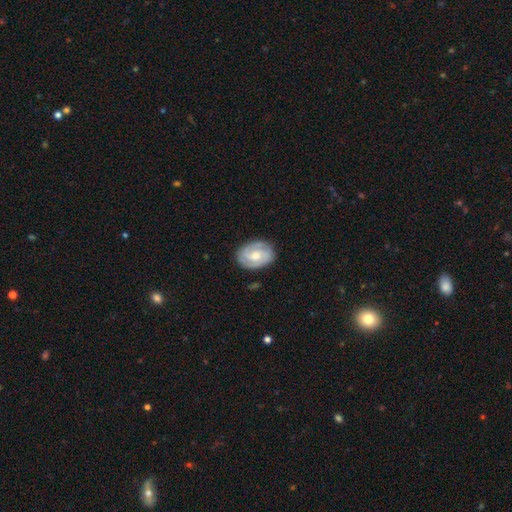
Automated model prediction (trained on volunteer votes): Smooth or featured? featured or disk (74%)
Edge-on disk? no (97%)
Bar? no (56%)
Spiral arms? yes (93%)
Spiral winding? tight (54%)
Spiral arm count? 2 (48%)
Bulge size? moderate (58%)
Merging? none (80%)